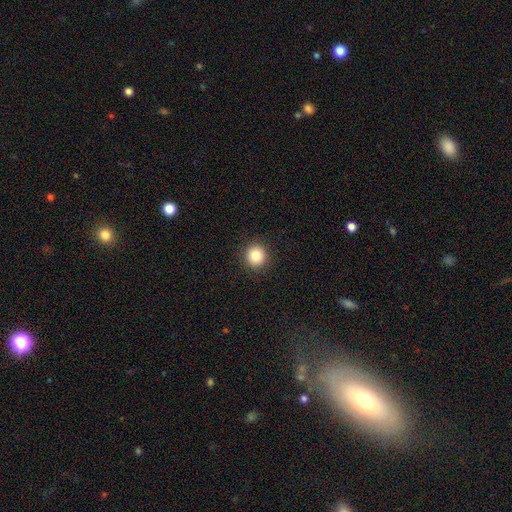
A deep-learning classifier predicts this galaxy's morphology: A smooth galaxy with no disk features (84%) that is round (93%). Merging: none (93%).